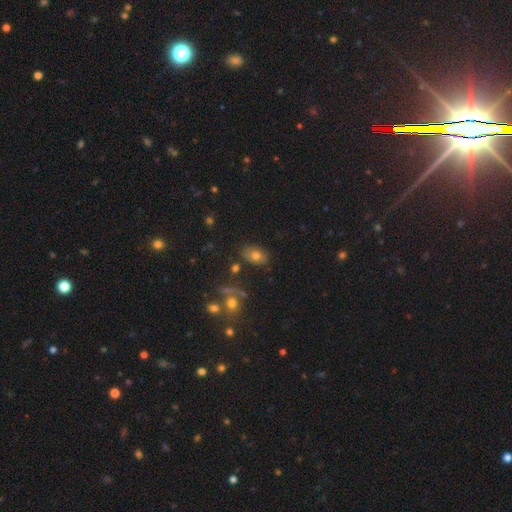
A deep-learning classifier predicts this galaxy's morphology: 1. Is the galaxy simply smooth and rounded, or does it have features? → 73% smooth, 14% featured or disk, 13% star or artifact.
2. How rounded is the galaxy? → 85% in between, 13% round, 2% cigar-shaped.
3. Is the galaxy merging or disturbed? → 79% none, 13% minor disturbance, 4% merger, 4% major disturbance.